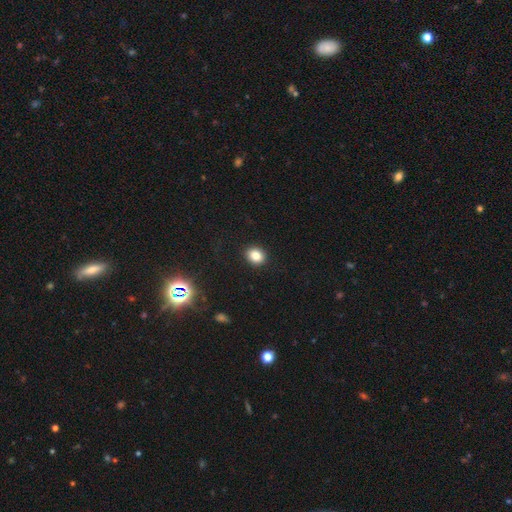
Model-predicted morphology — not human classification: The model was most divided on "how rounded": round: 60%, in between: 39%, cigar-shaped: 1%. More confident: merging — none (91%); smooth or featured — smooth (83%).